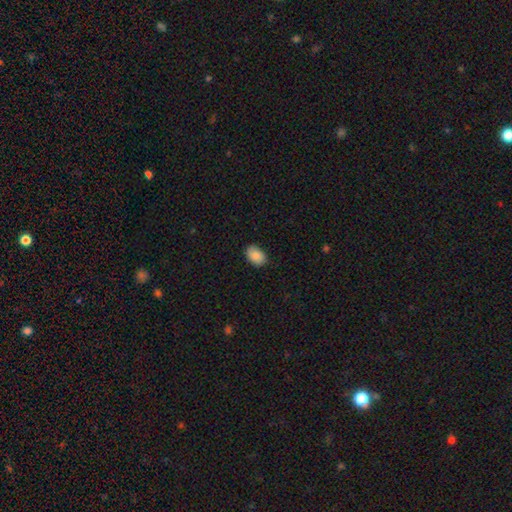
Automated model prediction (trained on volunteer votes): A smooth galaxy with no disk features (88%) that is in between round and cigar-shaped (87%). Merging: none (82%).